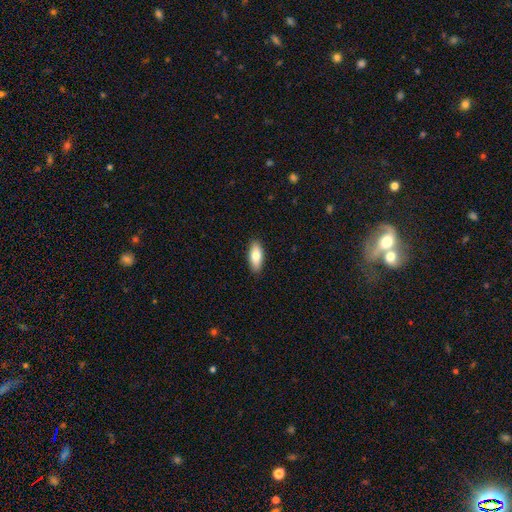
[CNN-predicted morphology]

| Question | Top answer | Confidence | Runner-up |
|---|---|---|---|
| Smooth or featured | smooth | 79% | featured or disk (15%) |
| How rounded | in between | 81% | cigar-shaped (17%) |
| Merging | none | 90% | minor disturbance (8%) |